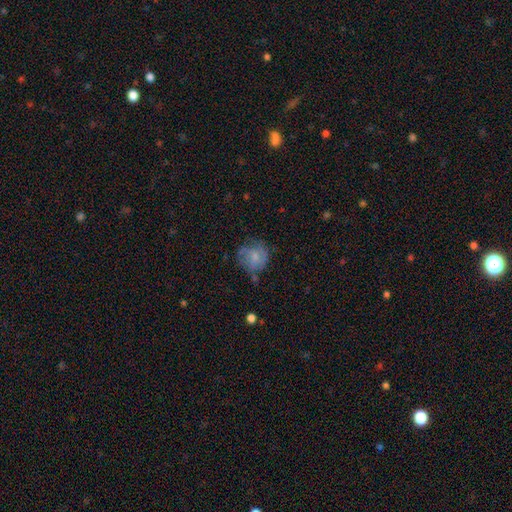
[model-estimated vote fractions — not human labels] smooth 52%, featured or disk 38%, star or artifact 10%. Down the decision tree: how rounded — round (77%); merging — none (52%).